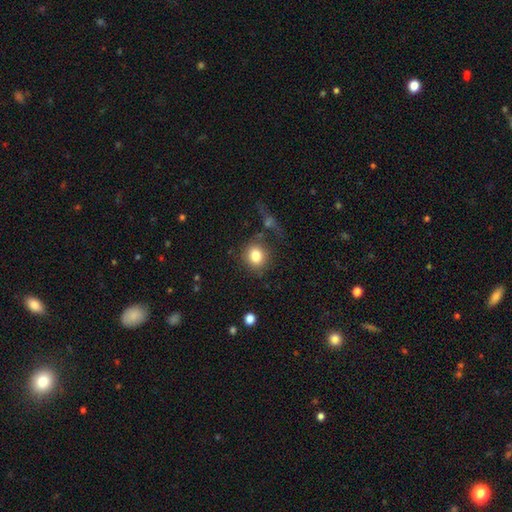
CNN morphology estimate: smooth 82%, star or artifact 10%, featured or disk 8%. Down the decision tree: how rounded — round (74%); merging — none (74%).